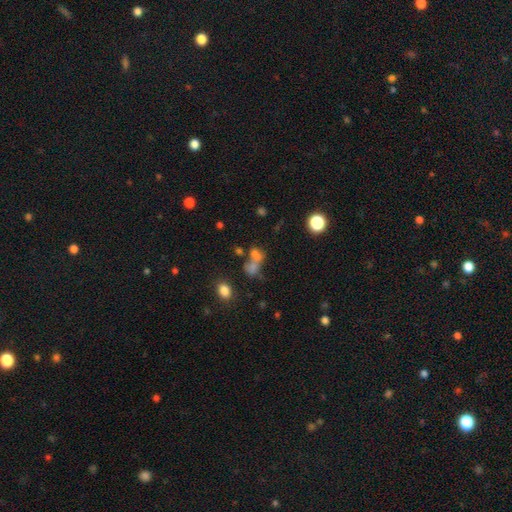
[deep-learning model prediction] smooth_or_featured: smooth (p=0.58) [alt: star or artifact p=0.22]
how_rounded: in between (p=0.54) [alt: round p=0.42]
merging: merger (p=0.53) [alt: none p=0.29]